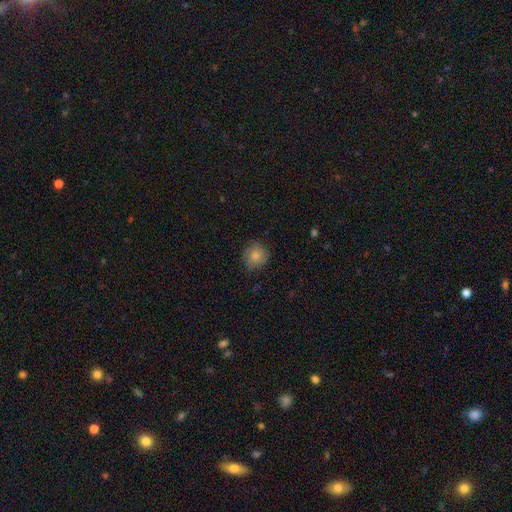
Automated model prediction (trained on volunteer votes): Q: Smooth or featured?
A: smooth (83%); runner-up: star or artifact (9%)
Q: How rounded?
A: round (88%); runner-up: in between (11%)
Q: Merging?
A: none (80%); runner-up: minor disturbance (15%)